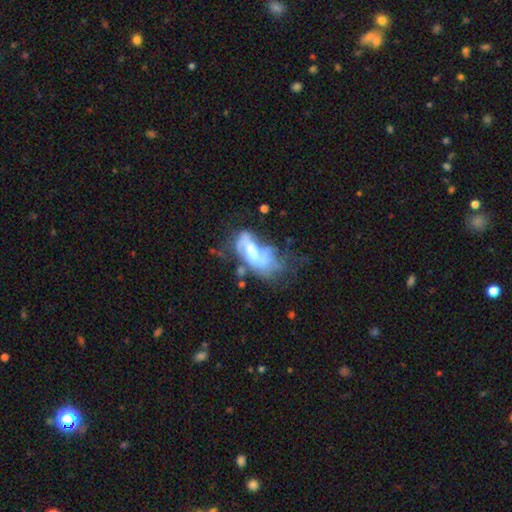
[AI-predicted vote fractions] The model was most divided on "bulge size": moderate: 32%, none: 26%, small: 21%, large: 17%, dominant: 3%. Remaining: edge-on disk — no (94%); bar — no (63%); spiral arms — no (56%); smooth or featured — featured or disk (56%); merging — major disturbance (40%).